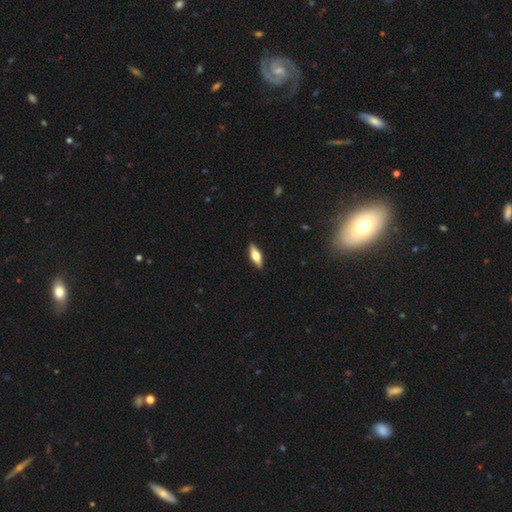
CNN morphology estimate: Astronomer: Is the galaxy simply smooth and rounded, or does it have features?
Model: featured or disk — 49% (runner-up: smooth, 45%).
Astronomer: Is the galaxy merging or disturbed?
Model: none — 90%.